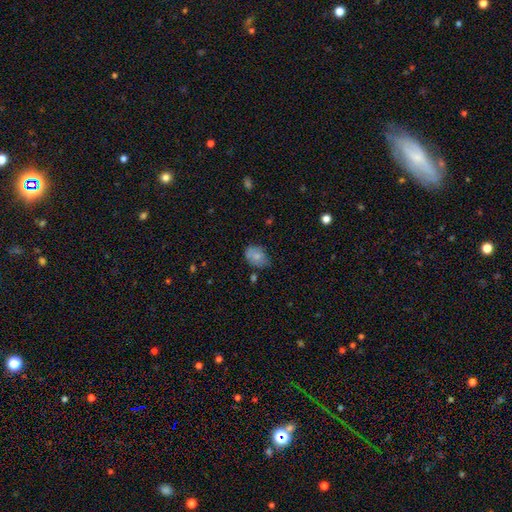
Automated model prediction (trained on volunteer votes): A smooth galaxy with no disk features (77%) that is in between round and cigar-shaped (77%).

Vote fractions:
- Smooth or featured? smooth: 77% / featured or disk: 15% / star or artifact: 9%
- How rounded? in between: 77% / round: 22% / cigar-shaped: 1%
- Merging? none: 60% / minor disturbance: 29% / major disturbance: 7% / merger: 4%